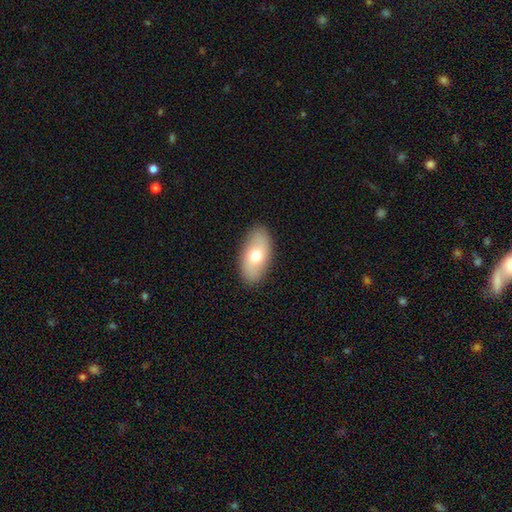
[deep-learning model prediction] smooth-or-featured: smooth: 65% | featured or disk: 28% | star or artifact: 7%
  how-rounded: in between: 92% | round: 5% | cigar-shaped: 3%
  merging: none: 89% | minor disturbance: 8% | major disturbance: 2% | merger: 1%